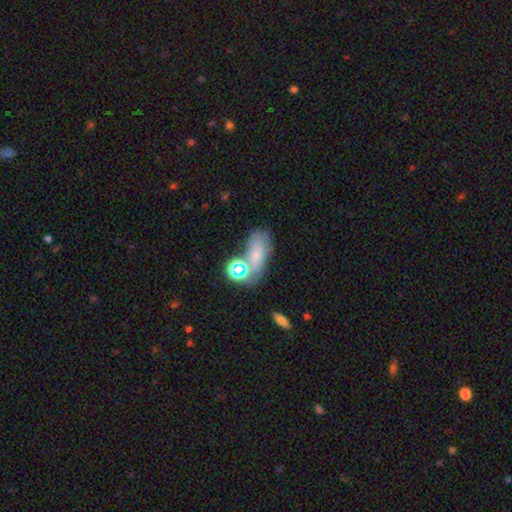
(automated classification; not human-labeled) The model was most divided on "merging": none: 40%, merger: 27%, minor disturbance: 20%, major disturbance: 14%. More confident: how rounded — in between (81%); smooth or featured — smooth (58%).